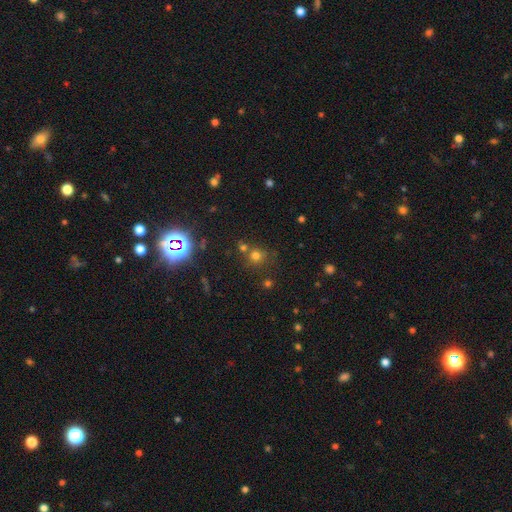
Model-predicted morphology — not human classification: This is likely a smooth galaxy (64%). How rounded: clearly round (88%). Merging: likely none (64%).